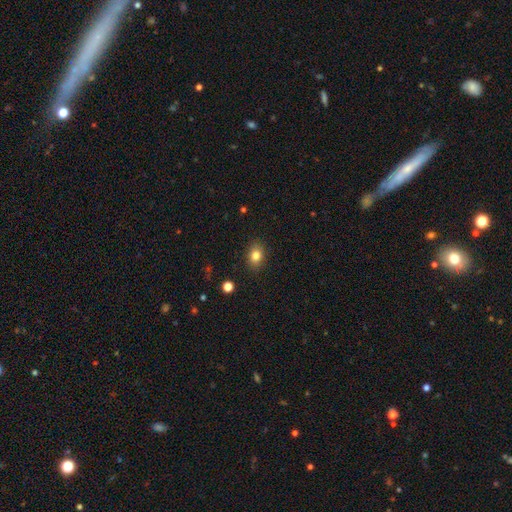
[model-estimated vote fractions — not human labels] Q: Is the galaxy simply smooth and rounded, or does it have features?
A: smooth — 82%.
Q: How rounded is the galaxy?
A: in between — 64%.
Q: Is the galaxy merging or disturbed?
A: none — 88%.